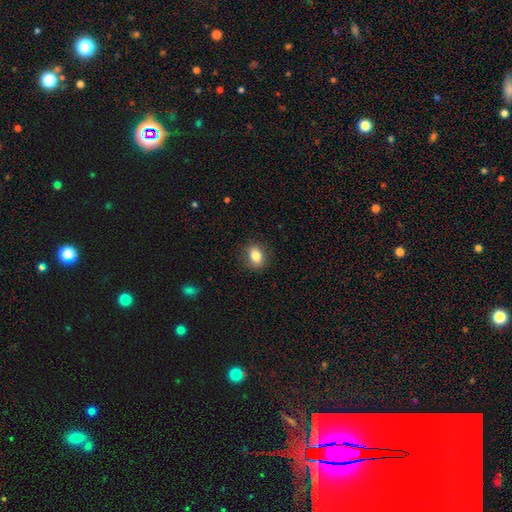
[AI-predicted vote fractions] Smooth or featured: smooth — 83% (star or artifact — 9%)
How rounded: in between — 61% (round — 38%)
Merging: none — 87% (minor disturbance — 9%)